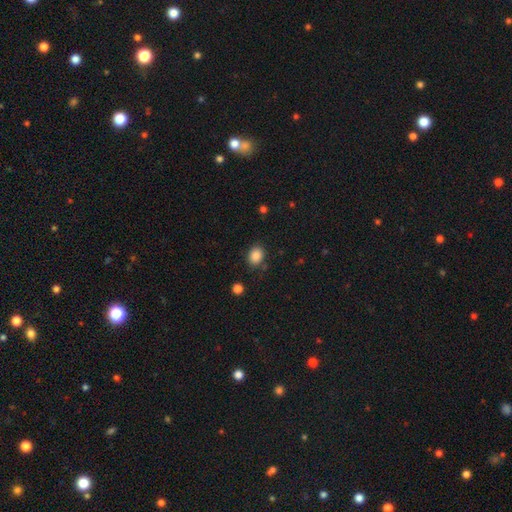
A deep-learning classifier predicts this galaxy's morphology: A smooth galaxy with no disk features (86%) that is in between round and cigar-shaped (55%). Merging: none (82%).